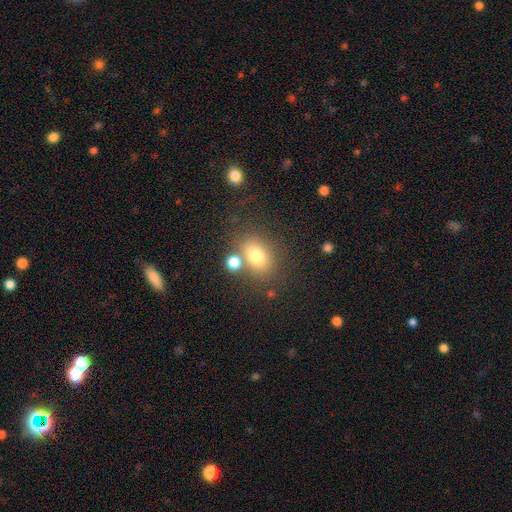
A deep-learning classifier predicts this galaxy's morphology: Smooth or featured?
  - smooth: 76% *
  - star or artifact: 13%
  - featured or disk: 12%
How rounded?
  - in between: 65% *
  - round: 34%
  - cigar-shaped: 1%
Merging?
  - none: 65% *
  - merger: 16%
  - minor disturbance: 13%
  - major disturbance: 5%